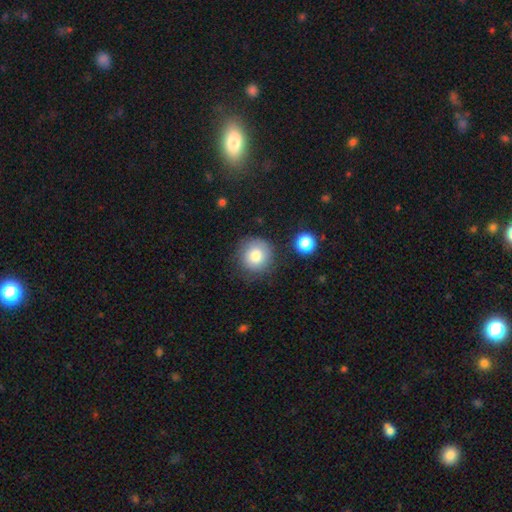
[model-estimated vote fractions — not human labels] Smooth or featured?
  - smooth: 79% *
  - featured or disk: 12%
  - star or artifact: 9%
How rounded?
  - round: 93% *
  - in between: 6%
  - cigar-shaped: 1%
Merging?
  - none: 79% *
  - minor disturbance: 13%
  - major disturbance: 5%
  - merger: 3%